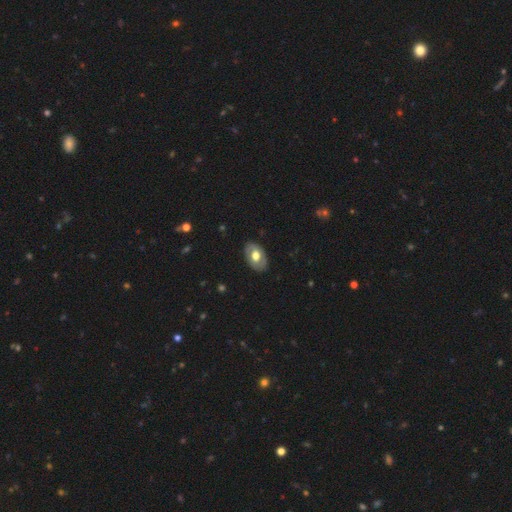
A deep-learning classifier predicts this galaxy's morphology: smooth-or-featured: featured or disk: 48% | smooth: 46% | star or artifact: 6%
  merging: none: 83% | minor disturbance: 13% | major disturbance: 3% | merger: 1%